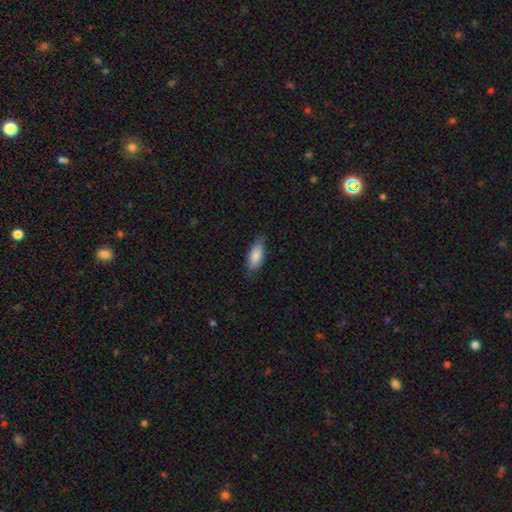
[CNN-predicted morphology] A smooth galaxy with no disk features (85%) that is in between round and cigar-shaped (78%).

Vote fractions:
- Smooth or featured? smooth: 85% / featured or disk: 9% / star or artifact: 6%
- How rounded? in between: 78% / cigar-shaped: 20% / round: 2%
- Merging? none: 79% / minor disturbance: 17% / major disturbance: 3% / merger: 1%